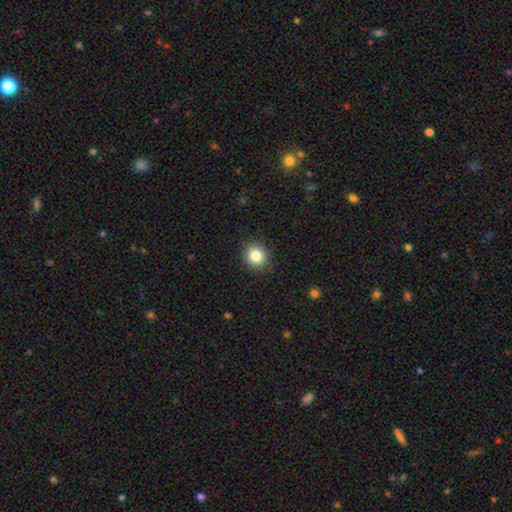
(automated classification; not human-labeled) A smooth galaxy with no disk features (84%) that is round (83%).

Vote fractions:
- Smooth or featured? smooth: 84% / star or artifact: 10% / featured or disk: 6%
- How rounded? round: 83% / in between: 16% / cigar-shaped: 1%
- Merging? none: 90% / minor disturbance: 7% / major disturbance: 2% / merger: 1%